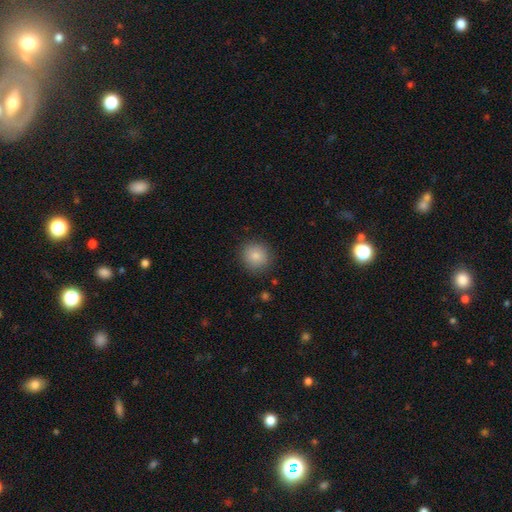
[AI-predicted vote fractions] smooth-or-featured: smooth: 83% | star or artifact: 9% | featured or disk: 7%
  how-rounded: round: 89% | in between: 10% | cigar-shaped: 1%
  merging: none: 87% | minor disturbance: 9% | major disturbance: 3% | merger: 1%